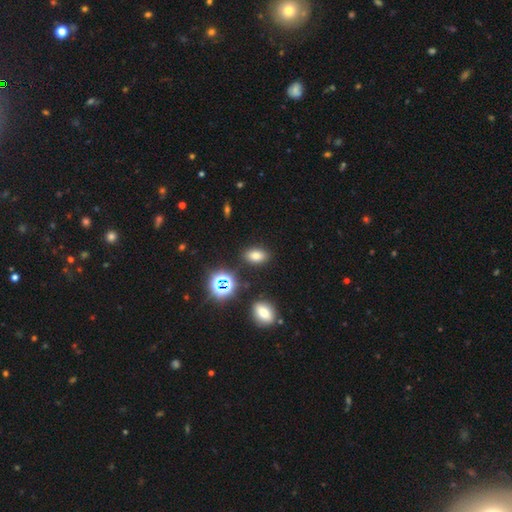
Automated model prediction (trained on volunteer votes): Overall: smooth (73%). How rounded: in between (85%). Merging: none (85%).